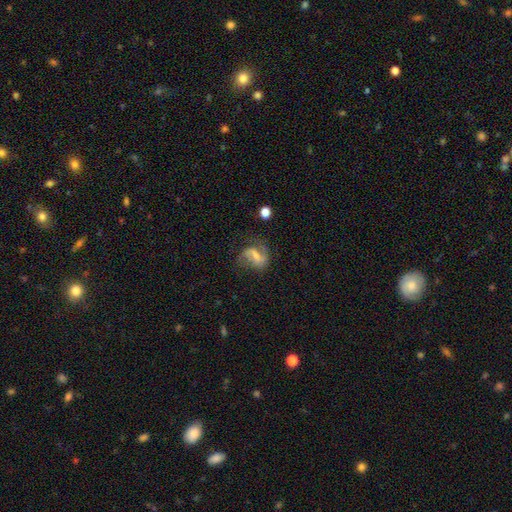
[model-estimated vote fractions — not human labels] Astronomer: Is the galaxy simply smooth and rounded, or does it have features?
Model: featured or disk — 64%.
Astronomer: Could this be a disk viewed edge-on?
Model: no — 97%.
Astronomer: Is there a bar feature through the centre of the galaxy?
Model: weak — 45% (runner-up: strong, 30%).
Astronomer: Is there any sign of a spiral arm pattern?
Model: yes — 84%.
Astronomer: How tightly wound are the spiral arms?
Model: loose — 50% (runner-up: medium, 38%).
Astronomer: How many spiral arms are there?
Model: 2 — 75%.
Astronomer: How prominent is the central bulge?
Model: small — 37% (runner-up: none, 30%).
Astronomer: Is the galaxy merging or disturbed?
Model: none — 48% (runner-up: major disturbance, 25%).